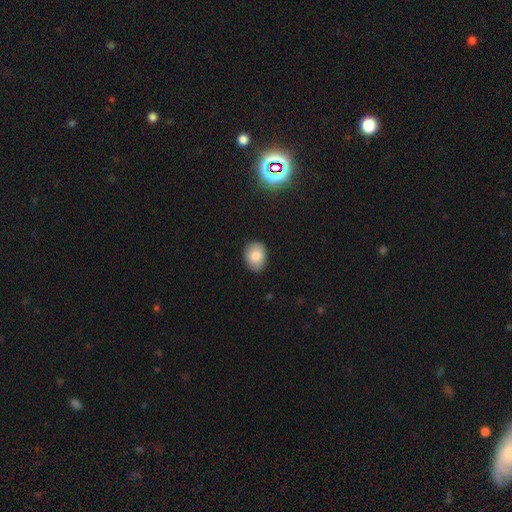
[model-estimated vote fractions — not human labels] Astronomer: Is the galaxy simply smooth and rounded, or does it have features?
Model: smooth — 82%.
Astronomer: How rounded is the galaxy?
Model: in between — 63%.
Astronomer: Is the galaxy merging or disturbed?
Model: none — 83%.